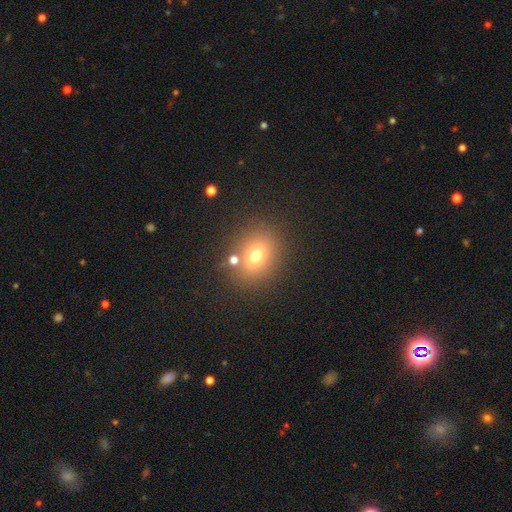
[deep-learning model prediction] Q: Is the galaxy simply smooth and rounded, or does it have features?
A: smooth — 70%.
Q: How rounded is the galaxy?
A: round — 62%.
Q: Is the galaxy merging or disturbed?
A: none — 77%.